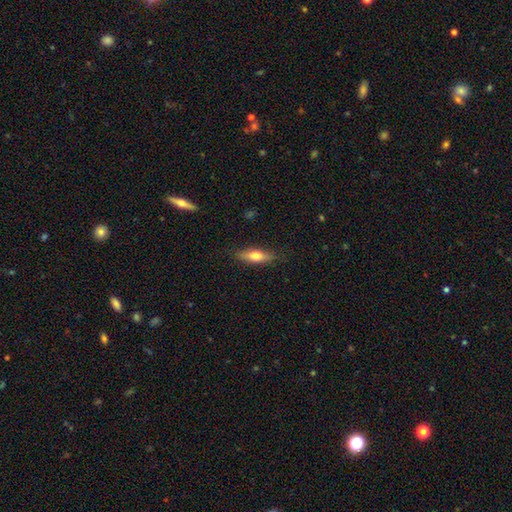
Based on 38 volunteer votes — This is possibly a smooth galaxy (50%). How rounded: possibly cigar-shaped (53%). Merging: clearly none (92%).